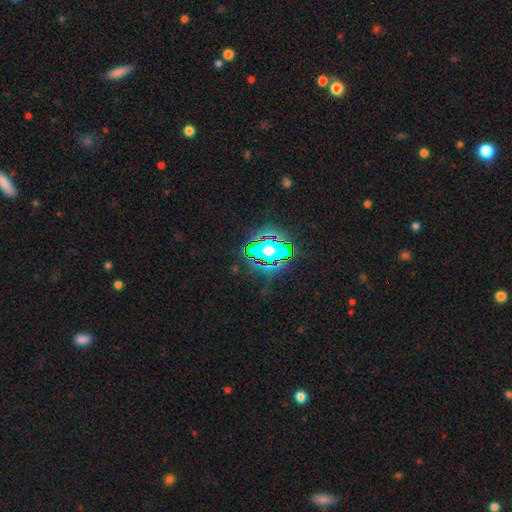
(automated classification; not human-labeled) Smooth or featured? star or artifact (71%)